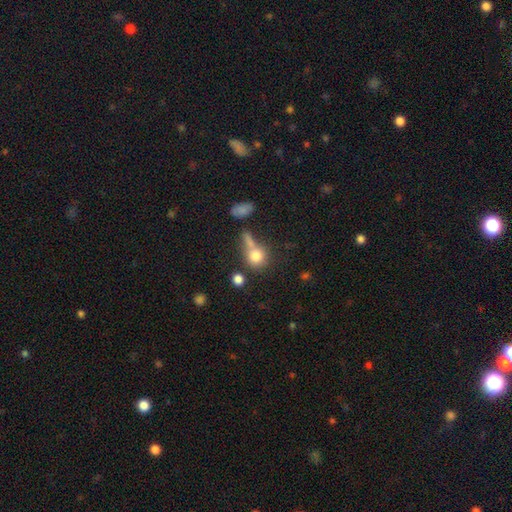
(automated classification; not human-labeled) A smooth galaxy with no disk features (76%) that is round (79%).

Vote fractions:
- Smooth or featured? smooth: 76% / featured or disk: 12% / star or artifact: 12%
- How rounded? round: 79% / in between: 18% / cigar-shaped: 2%
- Merging? none: 44% / merger: 33% / minor disturbance: 13% / major disturbance: 11%